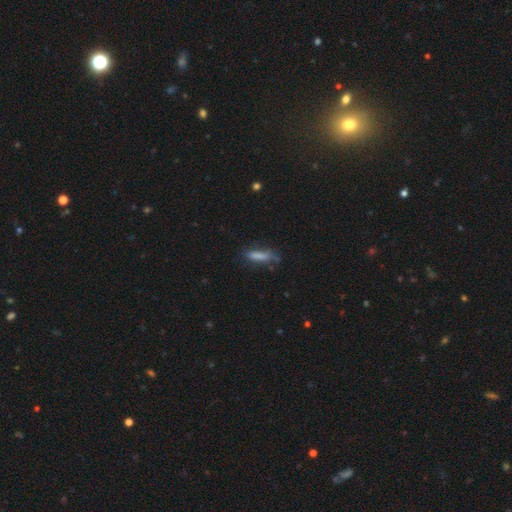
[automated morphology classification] smooth 67%, featured or disk 21%, star or artifact 12%. Down the decision tree: how rounded — cigar-shaped (74%); merging — none (63%).